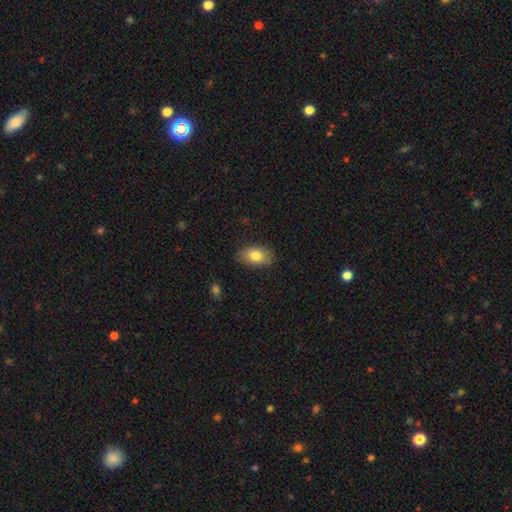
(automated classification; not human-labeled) This is clearly a smooth galaxy (82%). How rounded: clearly in between (90%). Merging: clearly none (84%).